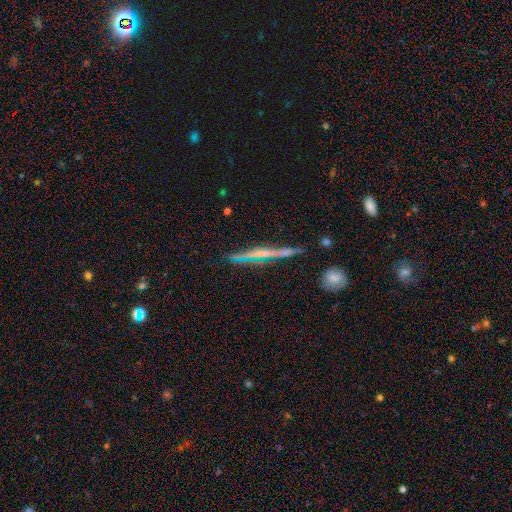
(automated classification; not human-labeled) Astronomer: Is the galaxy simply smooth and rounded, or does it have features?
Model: featured or disk — 63%.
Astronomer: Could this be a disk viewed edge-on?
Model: yes — 96%.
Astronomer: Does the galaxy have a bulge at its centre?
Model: none — 65%.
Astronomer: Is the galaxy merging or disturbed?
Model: none — 85%.